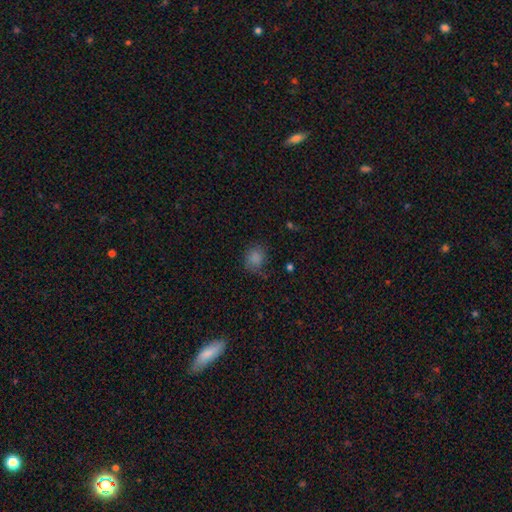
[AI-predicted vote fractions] Smooth or featured: smooth — 72% (star or artifact — 19%)
How rounded: round — 67% (in between — 31%)
Merging: none — 66% (minor disturbance — 23%)